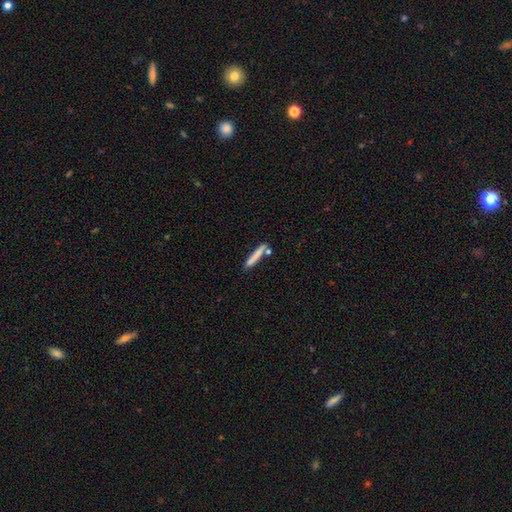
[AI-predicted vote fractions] The model was most divided on "smooth or featured": smooth: 77%, featured or disk: 17%, star or artifact: 7%. More confident: how rounded — cigar-shaped (93%); merging — none (74%).